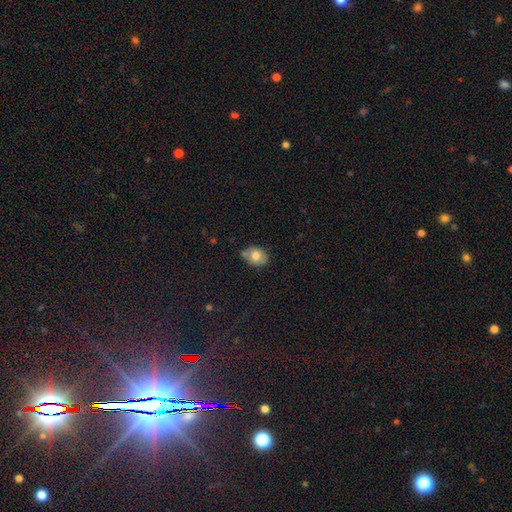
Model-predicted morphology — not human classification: Smooth or featured? Predicted: smooth (p=0.75). How rounded? Predicted: in between (p=0.53). Merging? Predicted: none (p=0.64).